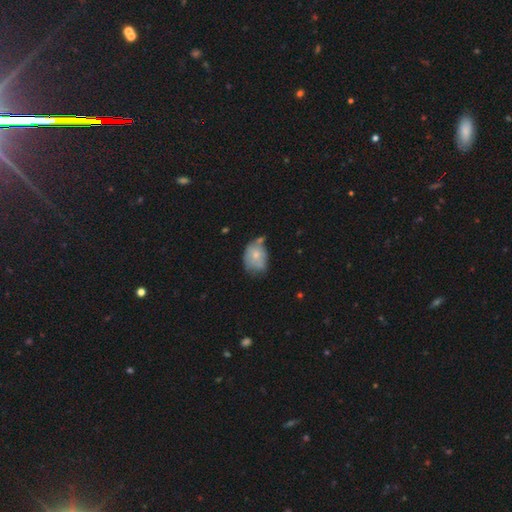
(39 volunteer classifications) Smooth or featured? 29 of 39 (74%) said smooth. How rounded? 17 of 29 (59%) said in between. Merging? 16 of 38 (42%) said minor disturbance.